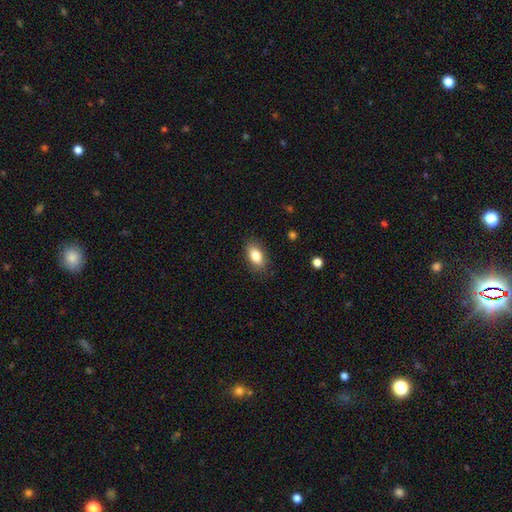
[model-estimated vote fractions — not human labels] A smooth galaxy with no disk features (83%) that is in between round and cigar-shaped (89%). Merging: none (85%).